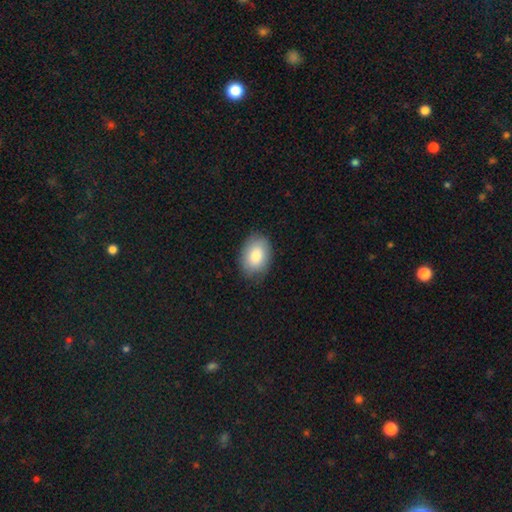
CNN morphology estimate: The model was most divided on "merging": none: 81%, minor disturbance: 15%, major disturbance: 3%, merger: 1%. More confident: how rounded — in between (83%); smooth or featured — smooth (80%).